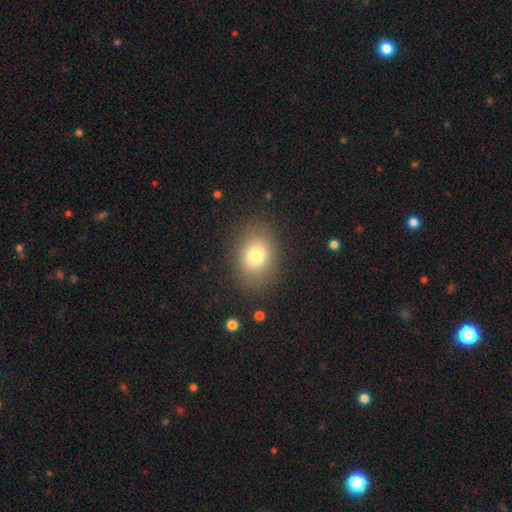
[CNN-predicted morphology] This appears to be a smooth galaxy with no disk features (78%) that is in between round and cigar-shaped (61%). Merging: none (84%).